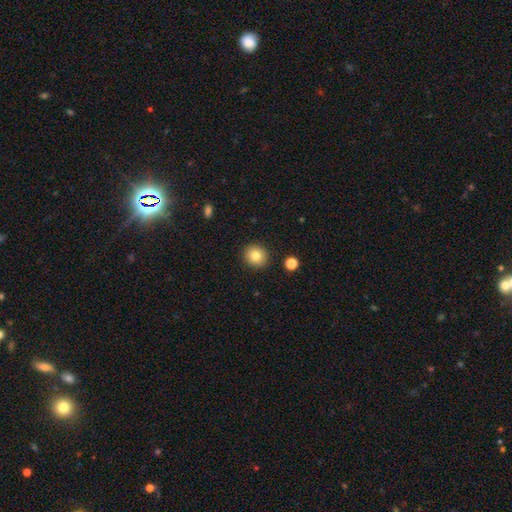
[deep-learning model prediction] This is clearly a smooth galaxy (82%). How rounded: clearly round (89%). Merging: clearly none (91%).